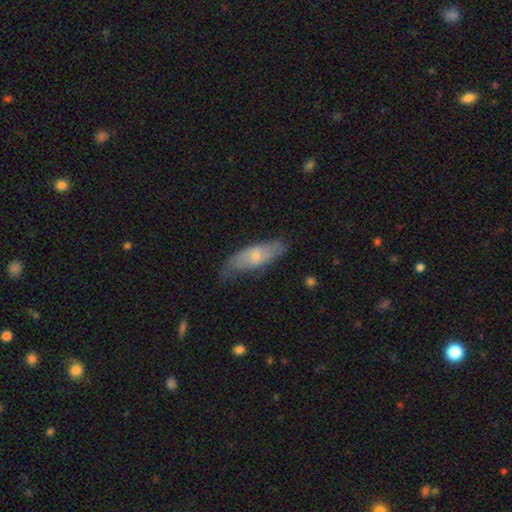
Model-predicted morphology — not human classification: Smooth or featured? Predicted: smooth (p=0.53). How rounded? Predicted: in between (p=0.61). Merging? Predicted: none (p=0.64).